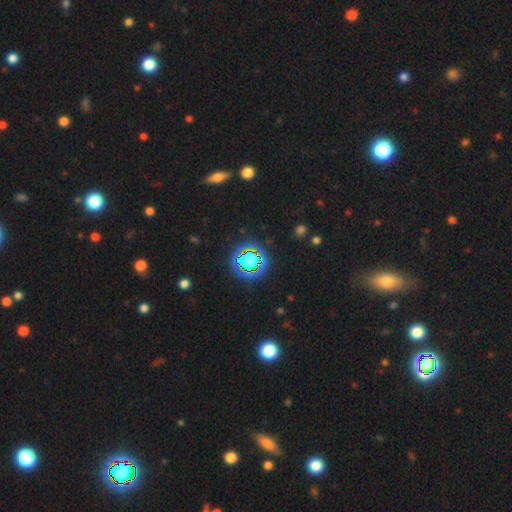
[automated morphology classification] The model was most divided on "smooth or featured": star or artifact: 68%, smooth: 23%, featured or disk: 10%.